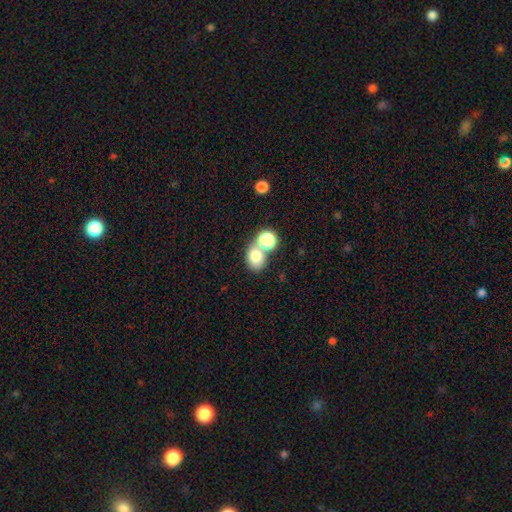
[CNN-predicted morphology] smooth_or_featured: smooth (p=0.76) [alt: star or artifact p=0.13]
how_rounded: in between (p=0.53) [alt: round p=0.46]
merging: none (p=0.49) [alt: merger p=0.39]